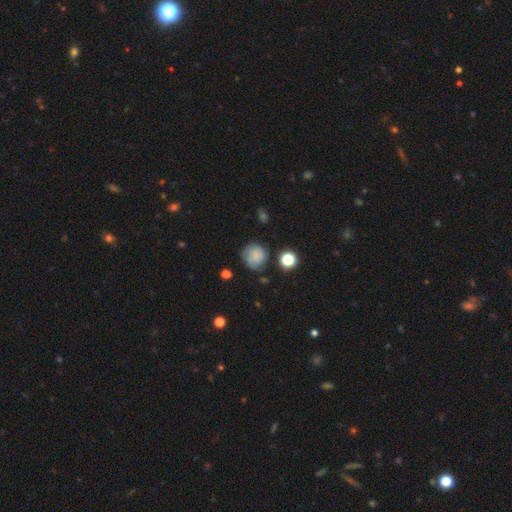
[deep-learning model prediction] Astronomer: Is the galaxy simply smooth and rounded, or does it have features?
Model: smooth — 77%.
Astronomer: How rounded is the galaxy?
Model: round — 87%.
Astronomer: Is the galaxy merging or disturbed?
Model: none — 68%.